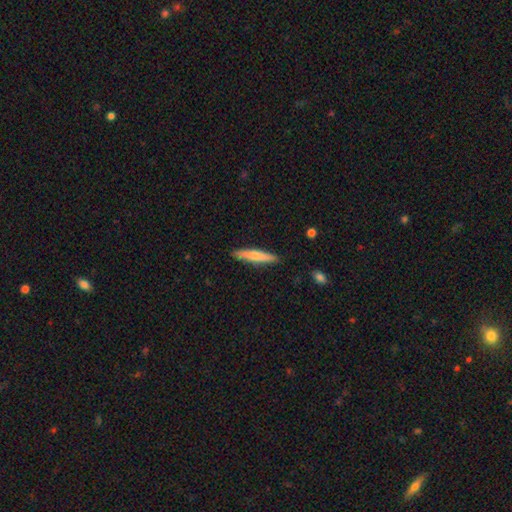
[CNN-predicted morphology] A smooth galaxy with no disk features (69%) that is cigar-shaped (91%). Merging: none (89%).